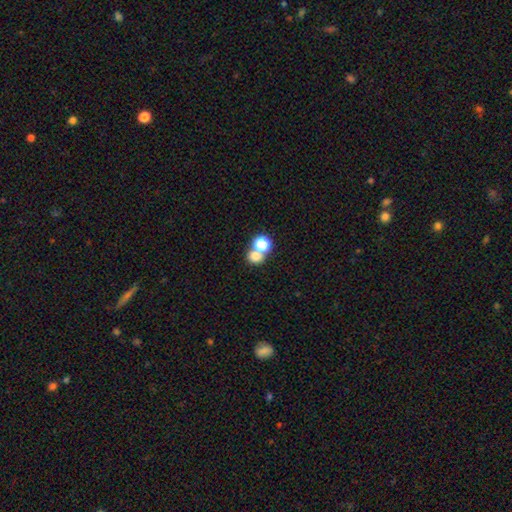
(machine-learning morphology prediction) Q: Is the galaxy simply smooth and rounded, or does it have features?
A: smooth — 72%.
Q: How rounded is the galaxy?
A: round — 71%.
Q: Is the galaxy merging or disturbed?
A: none — 46%.